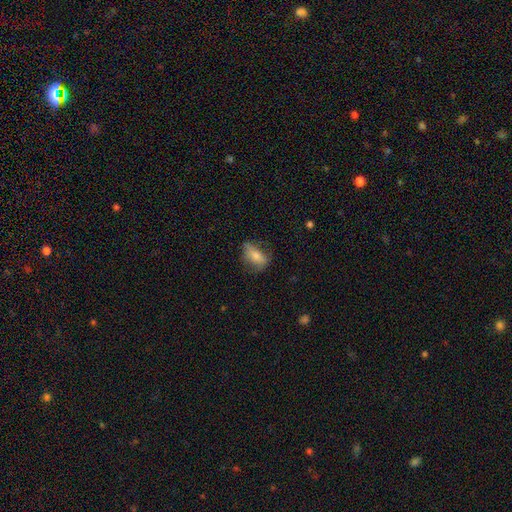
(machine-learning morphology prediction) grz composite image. It shows a smooth galaxy with no disk features (63%) that is in between round and cigar-shaped (80%). Merging: none (58%).